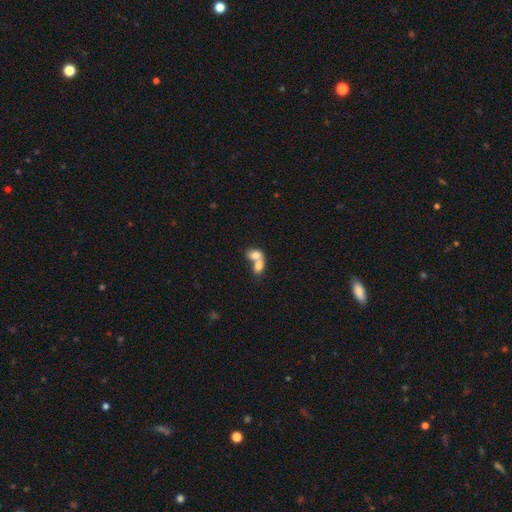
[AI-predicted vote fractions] Smooth or featured?
  - smooth: 74% *
  - featured or disk: 18%
  - star or artifact: 8%
How rounded?
  - in between: 71% *
  - round: 27%
  - cigar-shaped: 2%
Merging?
  - merger: 78% *
  - none: 14%
  - minor disturbance: 5%
  - major disturbance: 3%